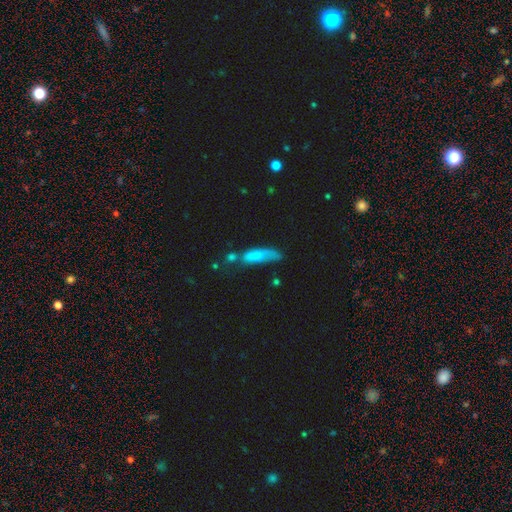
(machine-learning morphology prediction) A smooth galaxy with no disk features (70%) that is cigar-shaped (53%).

Vote fractions:
- Smooth or featured? smooth: 70% / featured or disk: 22% / star or artifact: 8%
- How rounded? cigar-shaped: 53% / in between: 44% / round: 3%
- Merging? none: 29% / minor disturbance: 26% / major disturbance: 25% / merger: 20%